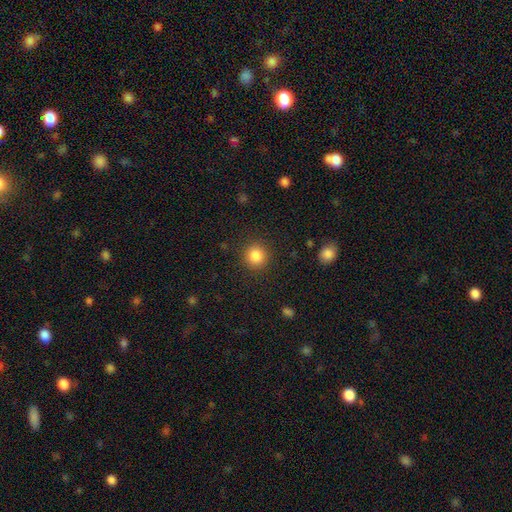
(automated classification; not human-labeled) The model was most divided on "smooth or featured": smooth: 84%, star or artifact: 11%, featured or disk: 5%. More confident: how rounded — round (91%); merging — none (90%).